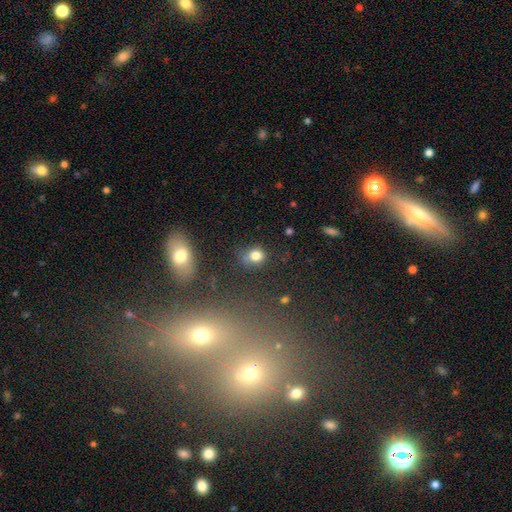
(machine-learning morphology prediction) This appears to be a smooth galaxy with no disk features (79%) that is round (64%). Merging: none (59%).